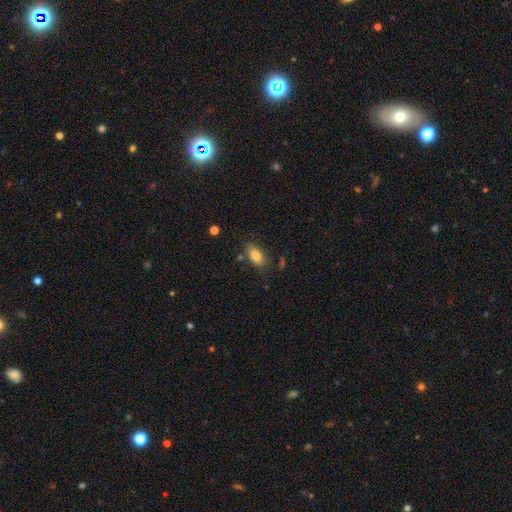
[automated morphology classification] smooth_or_featured: smooth (p=0.84) [alt: star or artifact p=0.08]
how_rounded: in between (p=0.90) [alt: round p=0.06]
merging: none (p=0.76) [alt: minor disturbance p=0.15]